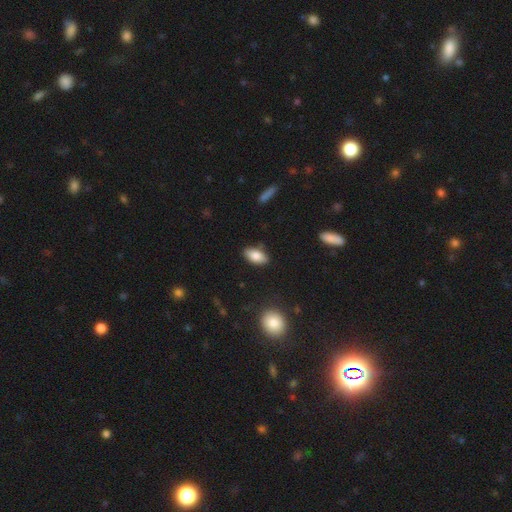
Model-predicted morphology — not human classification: Smooth or featured? smooth (83%)
How rounded? in between (91%)
Merging? none (86%)